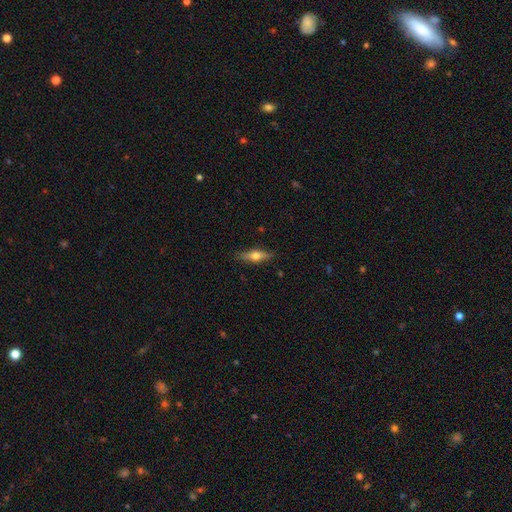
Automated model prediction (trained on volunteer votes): smooth 48%, featured or disk 46%, star or artifact 6%. Down the decision tree: merging — none (86%).